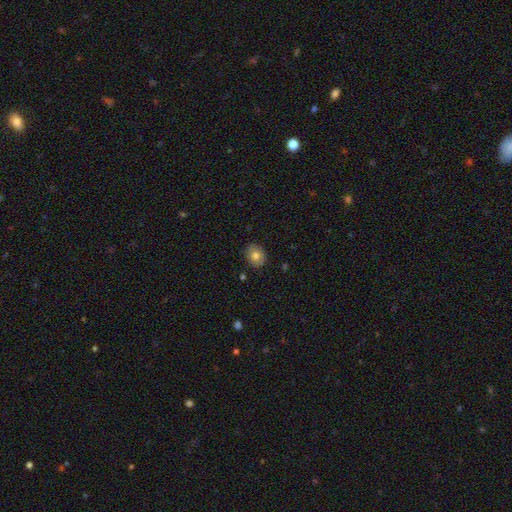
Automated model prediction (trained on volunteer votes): A smooth galaxy with no disk features (77%) that is round (59%). Merging: none (87%).